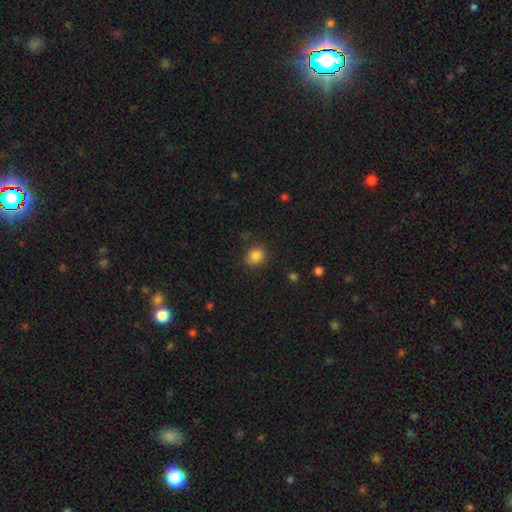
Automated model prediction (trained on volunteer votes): Morphology: type=smooth (85%); roundness=round (78%); merging=none (84%).